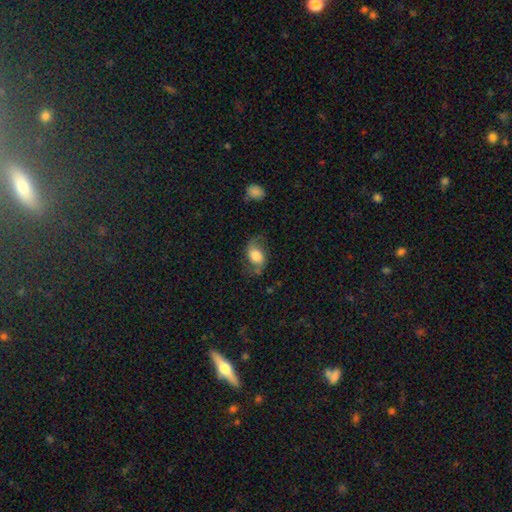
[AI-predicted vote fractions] The model was most divided on "smooth or featured": smooth: 48%, featured or disk: 44%, star or artifact: 8%. More confident: merging — none (59%).